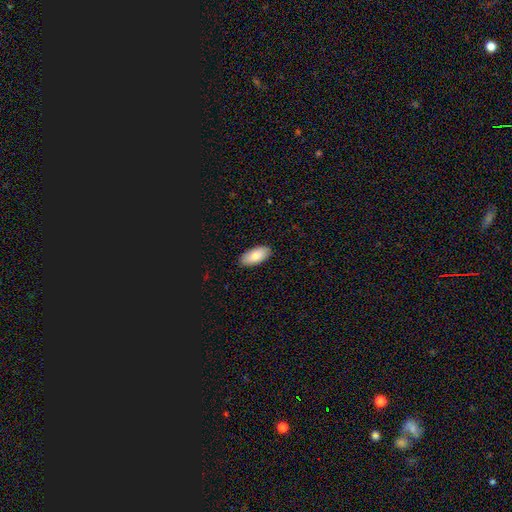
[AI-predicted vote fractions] smooth-or-featured: smooth: 81% | featured or disk: 12% | star or artifact: 6%
  how-rounded: in between: 92% | cigar-shaped: 6% | round: 2%
  merging: none: 89% | minor disturbance: 8% | major disturbance: 2% | merger: 1%